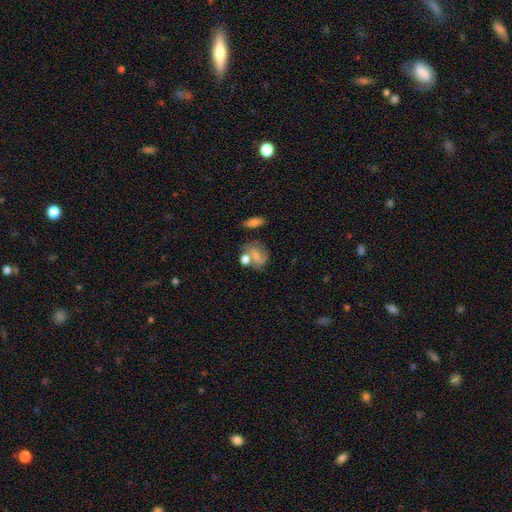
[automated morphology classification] Smooth or featured?
  - smooth: 53% *
  - featured or disk: 35%
  - star or artifact: 12%
How rounded?
  - in between: 60% *
  - round: 37%
  - cigar-shaped: 3%
Merging?
  - none: 38% *
  - merger: 26%
  - minor disturbance: 20%
  - major disturbance: 17%